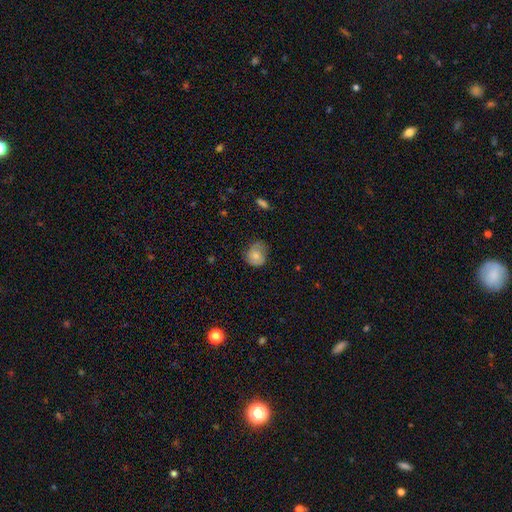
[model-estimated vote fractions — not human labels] This appears to be a smooth galaxy with no disk features (71%) that is round (68%). Merging: none (51%).